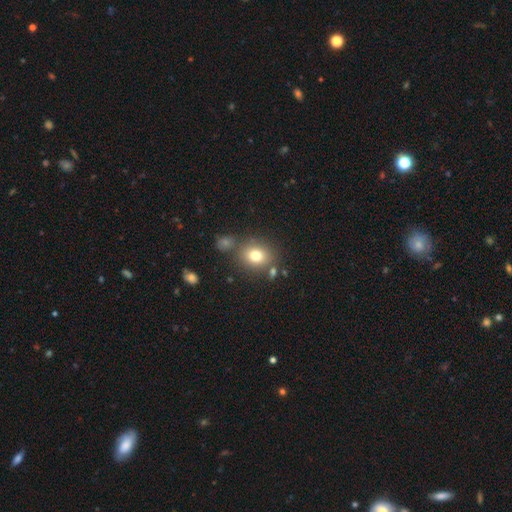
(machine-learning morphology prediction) The model was most divided on "how rounded": round: 65%, in between: 34%, cigar-shaped: 1%. More confident: smooth or featured — smooth (76%); merging — none (74%).